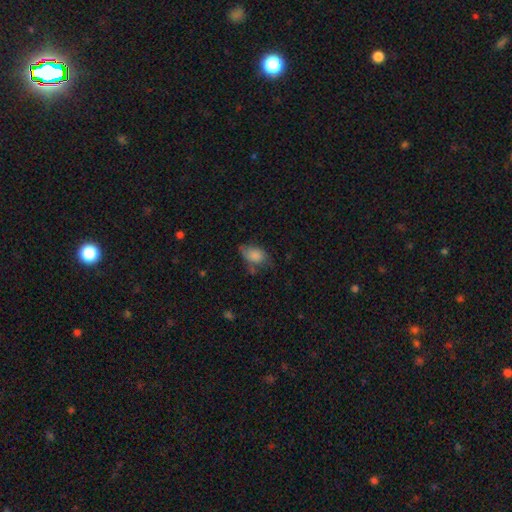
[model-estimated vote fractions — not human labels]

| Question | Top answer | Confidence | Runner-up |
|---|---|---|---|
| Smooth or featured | smooth | 78% | featured or disk (13%) |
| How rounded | in between | 84% | round (14%) |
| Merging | none | 42% | minor disturbance (36%) |